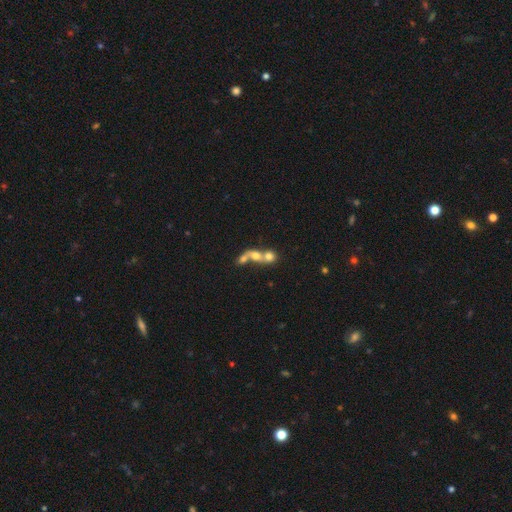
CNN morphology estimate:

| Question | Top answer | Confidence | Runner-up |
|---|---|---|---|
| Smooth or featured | smooth | 59% | featured or disk (29%) |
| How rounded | round | 56% | in between (38%) |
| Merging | merger | 77% | none (13%) |